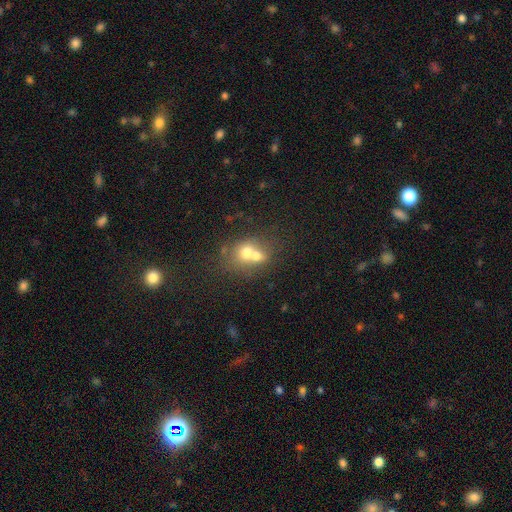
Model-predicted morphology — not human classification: Smooth or featured? Predicted: smooth (p=0.64). How rounded? Predicted: round (p=0.63). Merging? Predicted: merger (p=0.67).